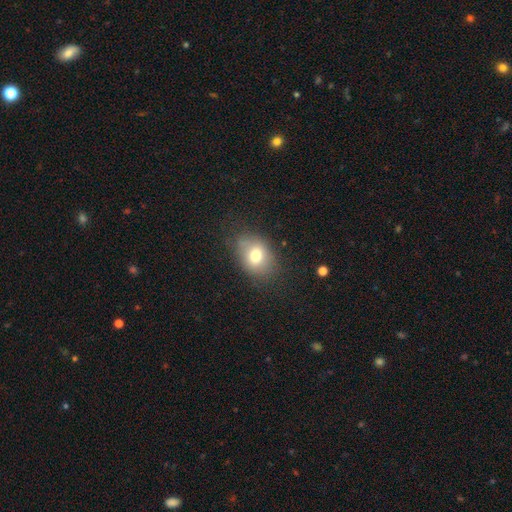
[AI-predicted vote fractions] smooth-or-featured: smooth: 74% | featured or disk: 16% | star or artifact: 11%
  how-rounded: in between: 69% | round: 29% | cigar-shaped: 1%
  merging: none: 70% | minor disturbance: 20% | major disturbance: 7% | merger: 2%